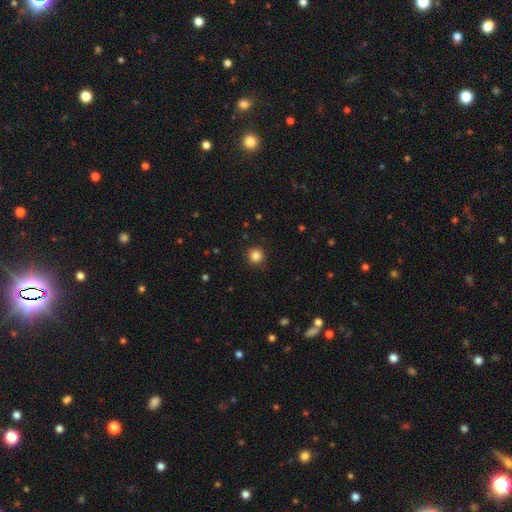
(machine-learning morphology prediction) Smooth or featured? smooth (85%)
How rounded? round (94%)
Merging? none (89%)